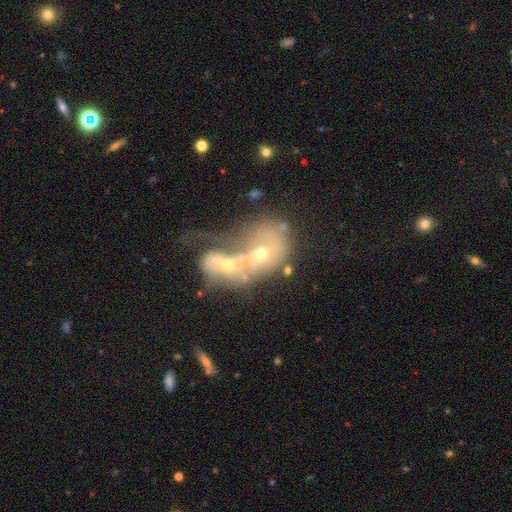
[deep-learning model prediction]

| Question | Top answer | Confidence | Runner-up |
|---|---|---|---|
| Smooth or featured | featured or disk | 58% | smooth (31%) |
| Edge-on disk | no | 94% | yes (6%) |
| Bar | no | 80% | weak (15%) |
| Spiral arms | no | 59% | yes (41%) |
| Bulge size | moderate | 49% | small (41%) |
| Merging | merger | 83% | none (7%) |